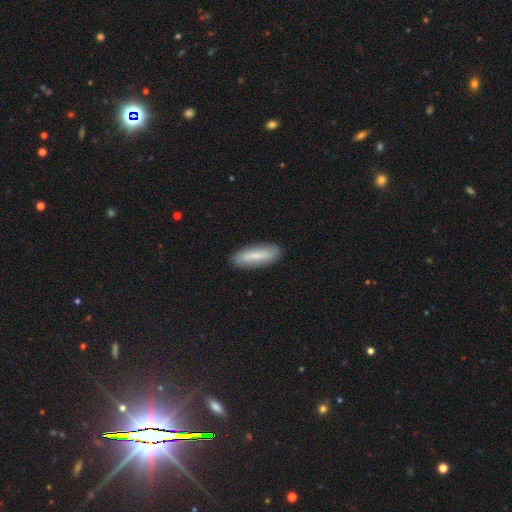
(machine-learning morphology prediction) smooth-or-featured: smooth: 69% | featured or disk: 24% | star or artifact: 6%
  how-rounded: cigar-shaped: 52% | in between: 47% | round: 2%
  merging: none: 86% | minor disturbance: 10% | major disturbance: 2% | merger: 1%